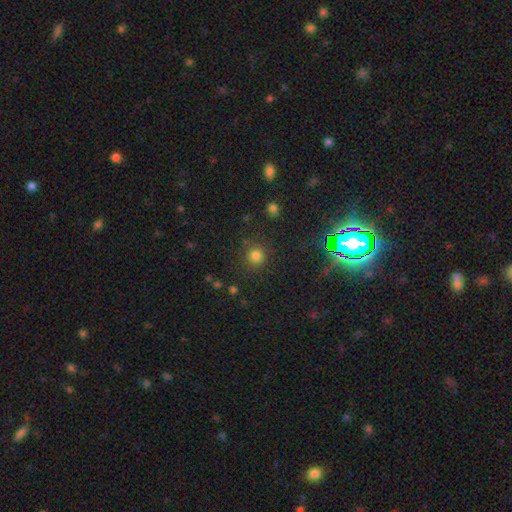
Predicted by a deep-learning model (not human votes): Smooth or featured: smooth — 74% (star or artifact — 20%)
How rounded: round — 92% (in between — 7%)
Merging: none — 85% (minor disturbance — 9%)